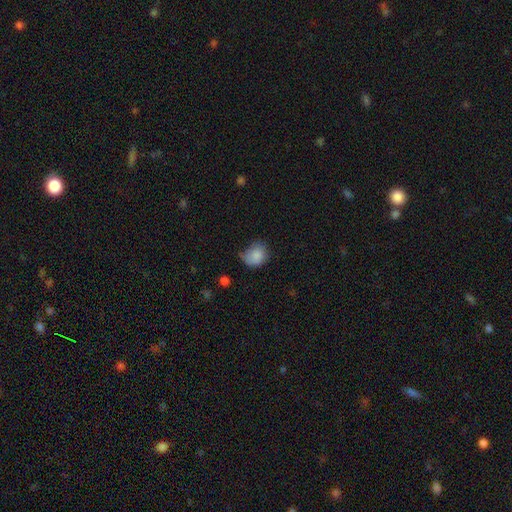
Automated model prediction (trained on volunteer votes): Overall: smooth (83%). How rounded: round (57%; in between 42%). Merging: none (44%; minor disturbance 40%).